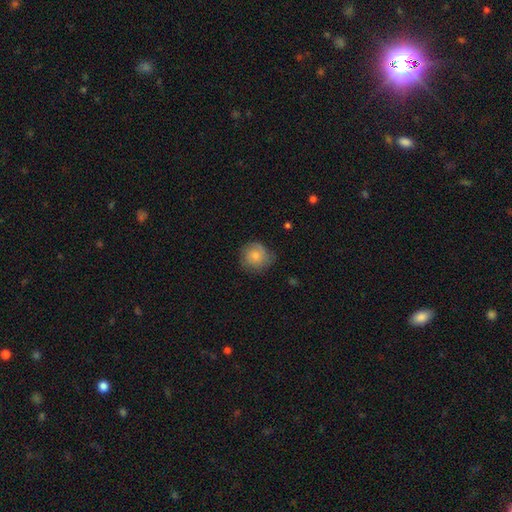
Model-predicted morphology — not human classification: smooth-or-featured: smooth: 74% | featured or disk: 19% | star or artifact: 7%
  how-rounded: round: 88% | in between: 11% | cigar-shaped: 1%
  merging: none: 69% | minor disturbance: 24% | major disturbance: 6% | merger: 1%